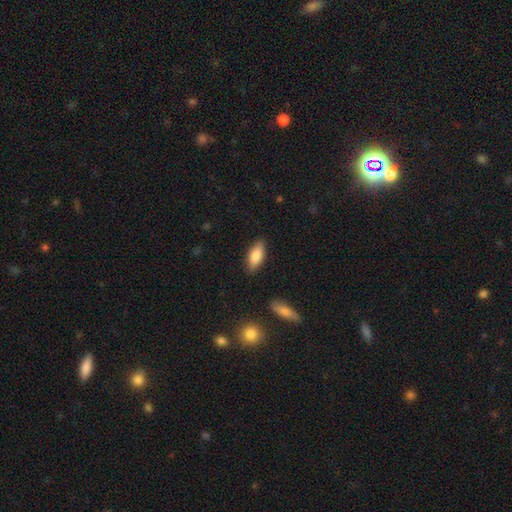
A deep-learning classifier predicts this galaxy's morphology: type=smooth (81%); roundness=in between (79%); merging=none (85%).